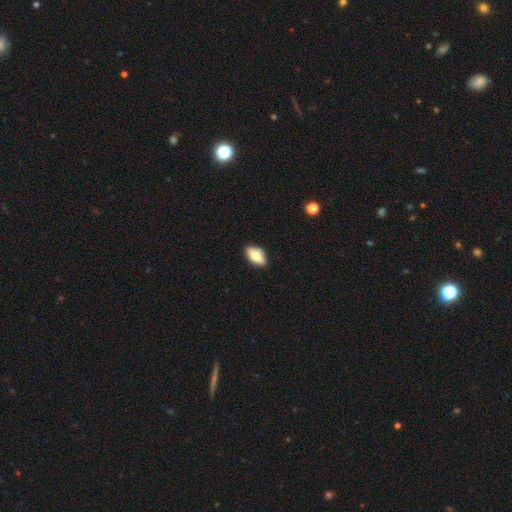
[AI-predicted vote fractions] smooth 63%, featured or disk 30%, star or artifact 8%. Down the decision tree: how rounded — in between (85%); merging — none (86%).